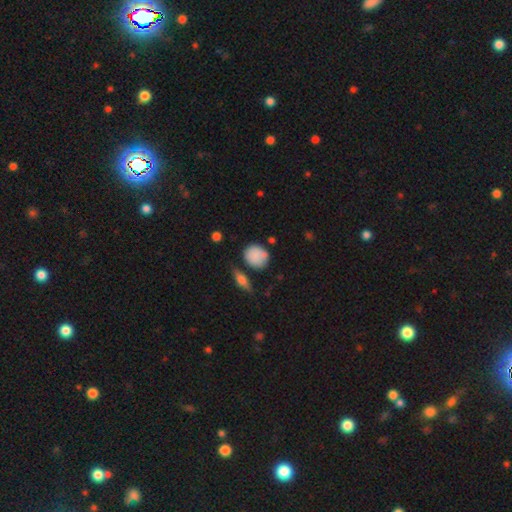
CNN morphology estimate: Smooth or featured? Predicted: smooth (p=0.83). How rounded? Predicted: round (p=0.78). Merging? Predicted: none (p=0.63).